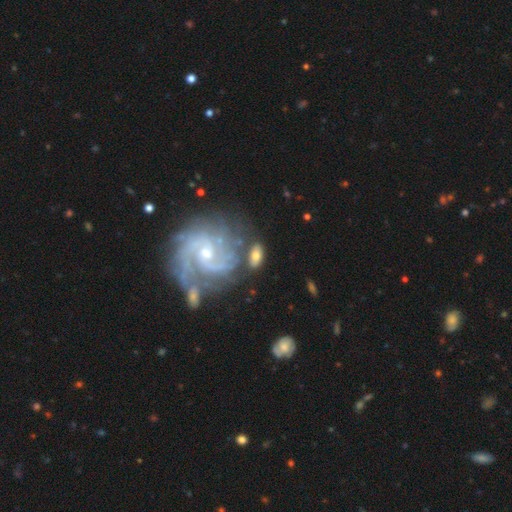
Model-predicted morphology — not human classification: smooth_or_featured: featured or disk (p=0.48) [alt: smooth p=0.44]
merging: none (p=0.63) [alt: minor disturbance p=0.17]